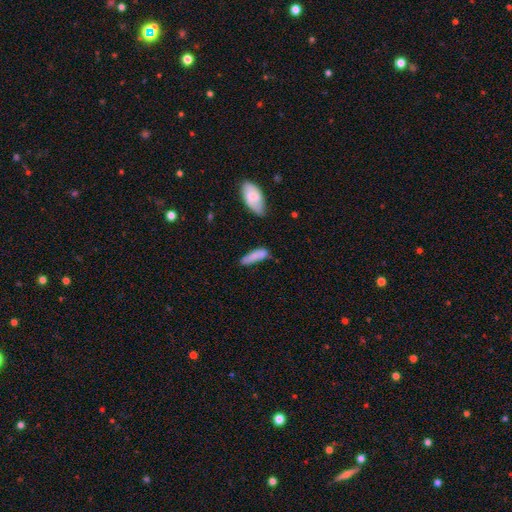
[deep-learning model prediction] Smooth or featured? smooth (78%)
How rounded? cigar-shaped (60%)
Merging? none (53%)